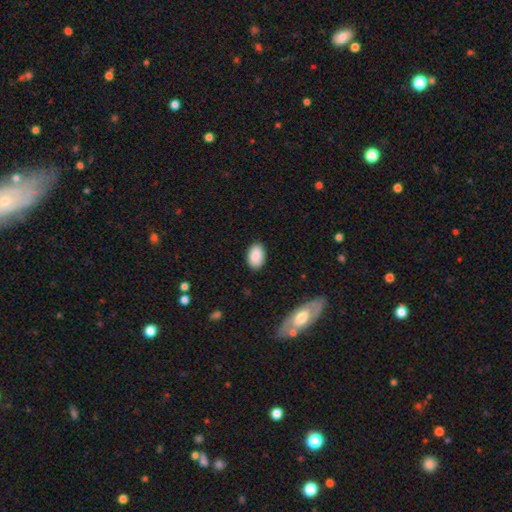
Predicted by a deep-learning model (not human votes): Smooth or featured: smooth — 89% (star or artifact — 7%)
How rounded: in between — 91% (round — 8%)
Merging: none — 87% (minor disturbance — 10%)